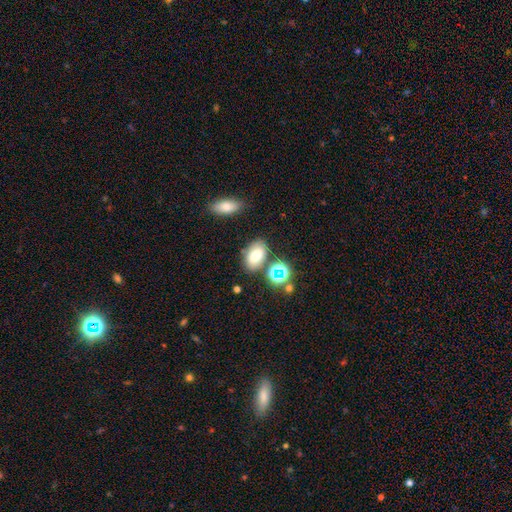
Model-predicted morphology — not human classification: Q: Smooth or featured?
A: smooth (71%); runner-up: featured or disk (15%)
Q: How rounded?
A: in between (87%); runner-up: round (12%)
Q: Merging?
A: none (72%); runner-up: minor disturbance (14%)